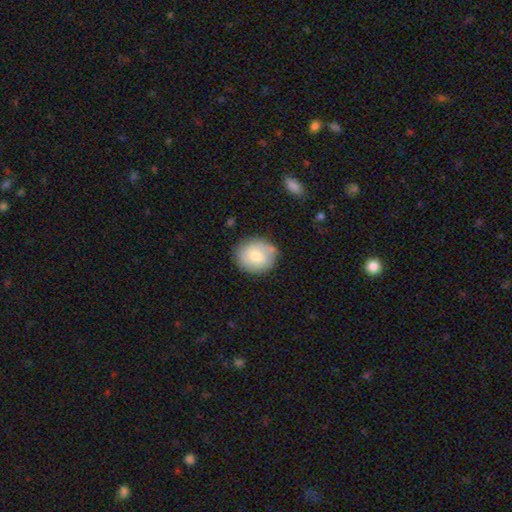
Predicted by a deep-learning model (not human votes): Smooth or featured: smooth — 69% (featured or disk — 24%)
How rounded: round — 70% (in between — 30%)
Merging: none — 78% (minor disturbance — 16%)